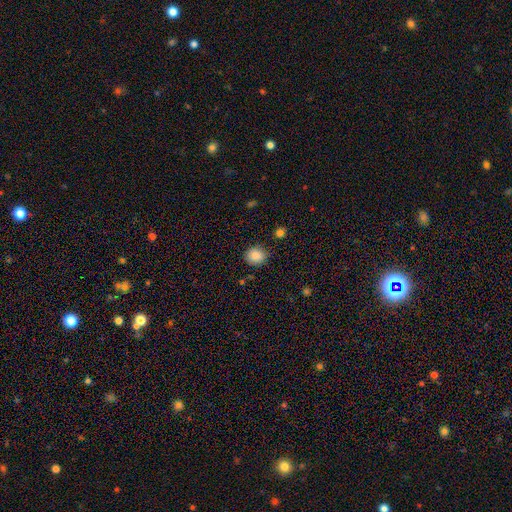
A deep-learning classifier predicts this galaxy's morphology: smooth-or-featured: smooth: 87% | star or artifact: 9% | featured or disk: 4%
  how-rounded: round: 77% | in between: 22% | cigar-shaped: 1%
  merging: none: 84% | minor disturbance: 12% | major disturbance: 3% | merger: 2%